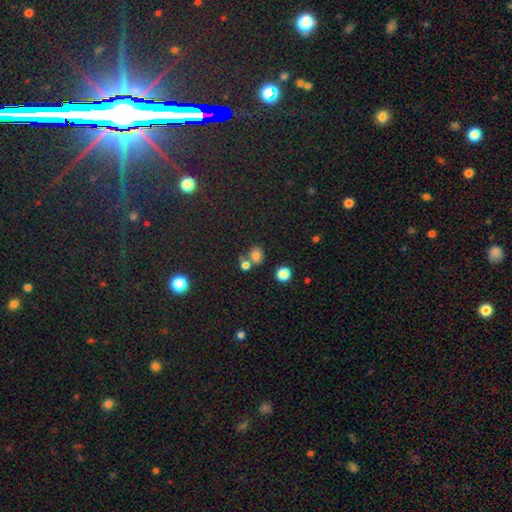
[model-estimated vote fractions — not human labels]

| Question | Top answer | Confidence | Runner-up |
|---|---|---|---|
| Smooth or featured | smooth | 75% | star or artifact (17%) |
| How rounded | round | 55% | in between (44%) |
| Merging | none | 51% | merger (34%) |